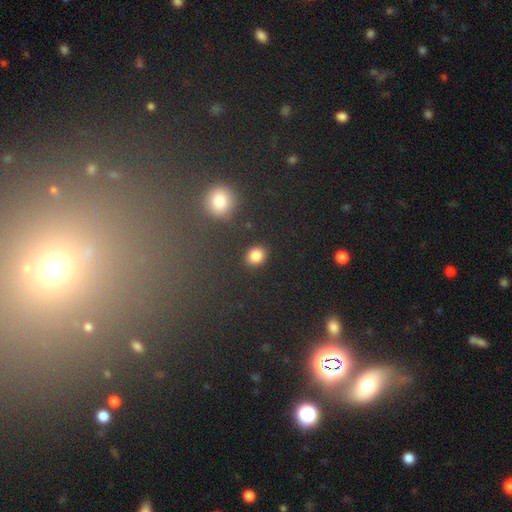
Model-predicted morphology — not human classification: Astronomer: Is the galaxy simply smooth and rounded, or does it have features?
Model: smooth — 83%.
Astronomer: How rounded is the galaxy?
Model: round — 61% (runner-up: in between, 38%).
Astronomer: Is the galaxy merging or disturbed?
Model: none — 88%.